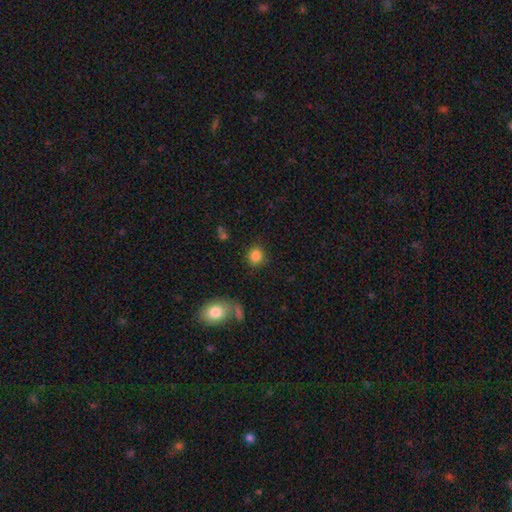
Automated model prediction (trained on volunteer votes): This is clearly a smooth galaxy (85%). How rounded: likely round (74%). Merging: clearly none (85%).